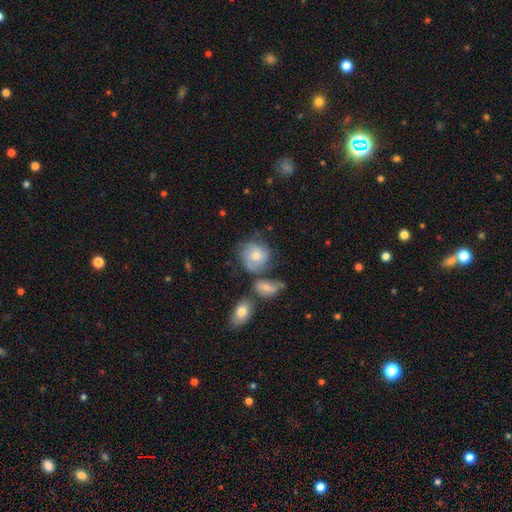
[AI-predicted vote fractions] Smooth or featured: featured or disk — 49% (smooth — 42%)
Merging: none — 49% (minor disturbance — 22%)